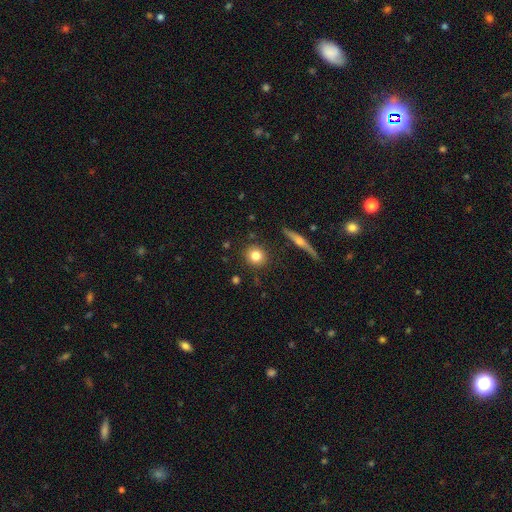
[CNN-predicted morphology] Smooth or featured: smooth — 79% (featured or disk — 11%)
How rounded: round — 89% (in between — 10%)
Merging: none — 88% (minor disturbance — 7%)